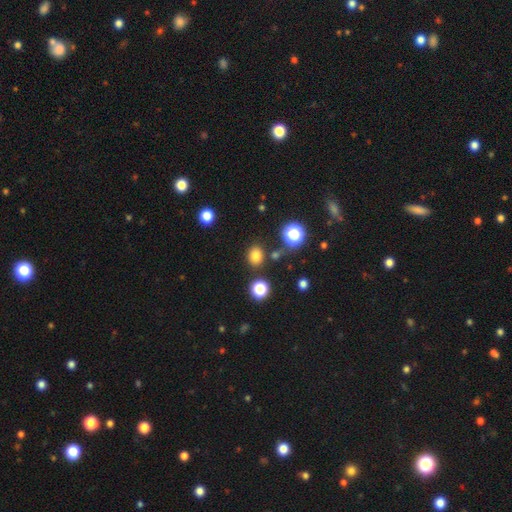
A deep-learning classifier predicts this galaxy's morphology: Smooth or featured? smooth (78%)
How rounded? round (66%)
Merging? none (81%)